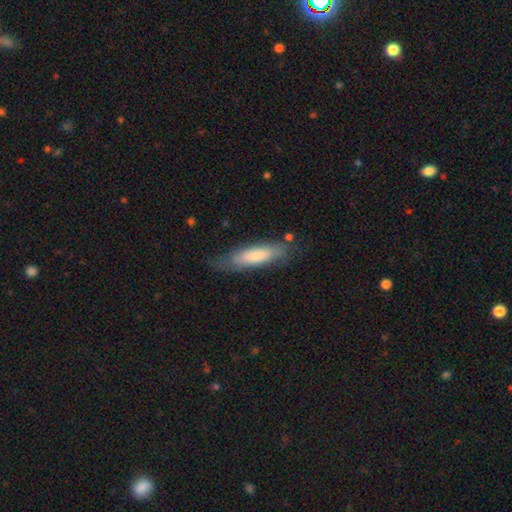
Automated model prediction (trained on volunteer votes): Smooth or featured: smooth — 70% (featured or disk — 25%)
How rounded: cigar-shaped — 67% (in between — 32%)
Merging: none — 68% (minor disturbance — 22%)